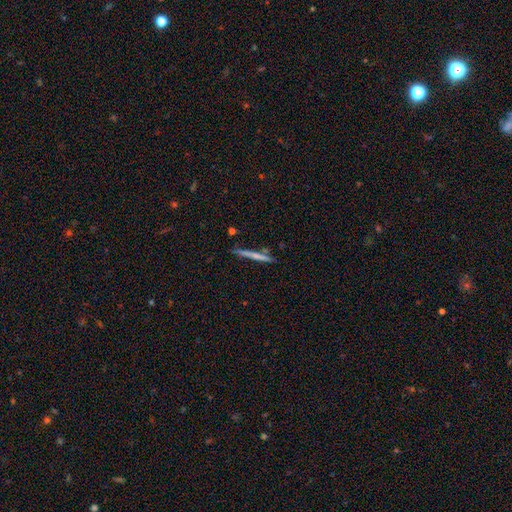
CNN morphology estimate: This is possibly a smooth galaxy (53%). How rounded: clearly cigar-shaped (96%). Merging: clearly none (85%).